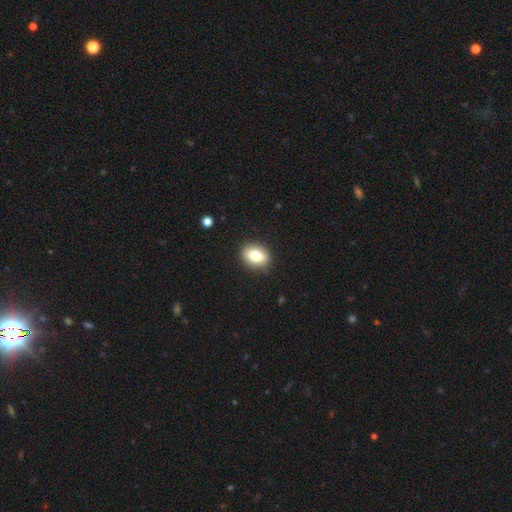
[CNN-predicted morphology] This is likely a smooth galaxy (78%). How rounded: likely in between (66%). Merging: clearly none (89%).